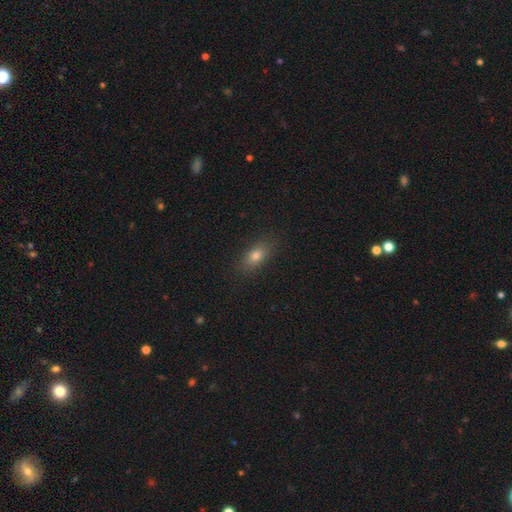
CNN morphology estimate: Q: Smooth or featured?
A: smooth (77%); runner-up: featured or disk (12%)
Q: How rounded?
A: in between (77%); runner-up: cigar-shaped (12%)
Q: Merging?
A: none (85%); runner-up: minor disturbance (11%)